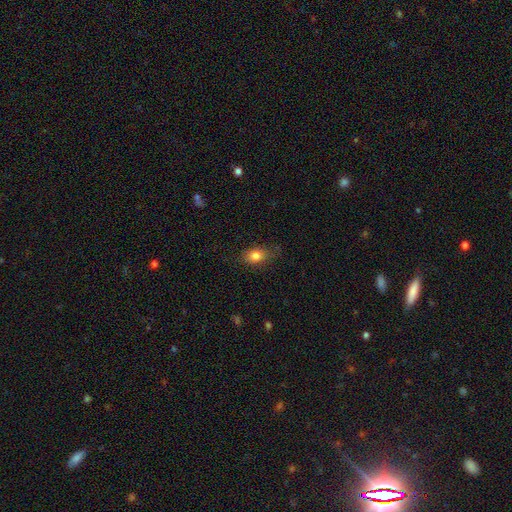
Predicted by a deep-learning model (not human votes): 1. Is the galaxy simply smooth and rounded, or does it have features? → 81% smooth, 9% featured or disk, 9% star or artifact.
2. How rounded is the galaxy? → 81% in between, 16% round, 3% cigar-shaped.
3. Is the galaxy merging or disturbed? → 76% none, 18% minor disturbance, 4% major disturbance, 1% merger.